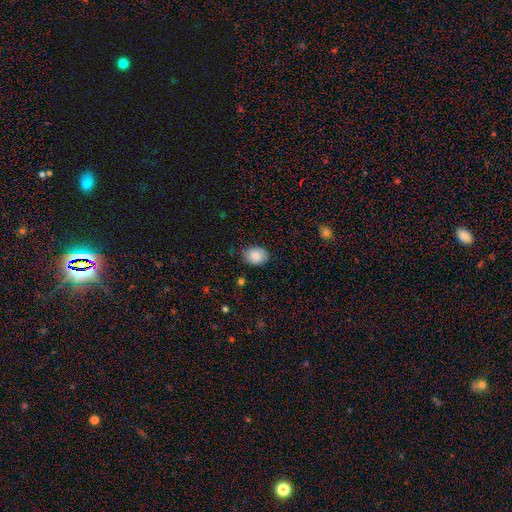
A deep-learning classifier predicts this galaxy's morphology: The model was most divided on "how rounded": in between: 67%, round: 32%, cigar-shaped: 1%. More confident: smooth or featured — smooth (86%); merging — none (77%).